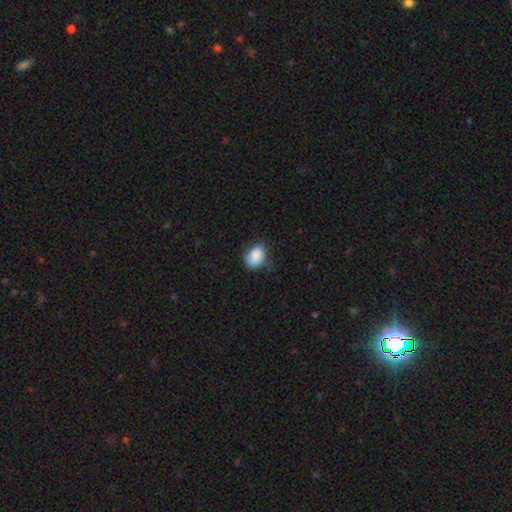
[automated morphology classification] A smooth galaxy with no disk features (86%) that is in between round and cigar-shaped (75%). Merging: none (54%).